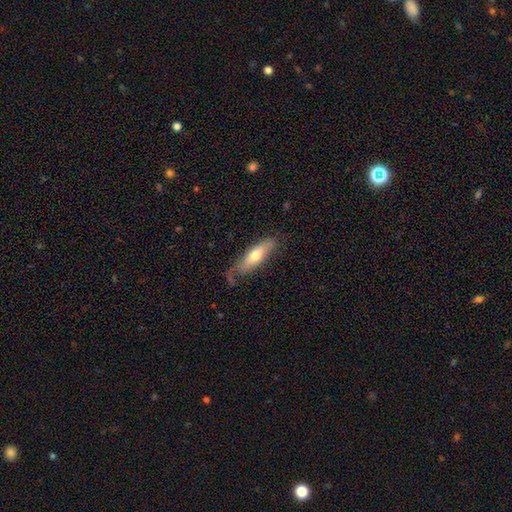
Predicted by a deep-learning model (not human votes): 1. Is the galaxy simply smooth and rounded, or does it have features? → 61% smooth, 33% featured or disk, 6% star or artifact.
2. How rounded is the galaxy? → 55% cigar-shaped, 42% in between, 2% round.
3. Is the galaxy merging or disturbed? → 64% none, 24% minor disturbance, 8% major disturbance, 4% merger.